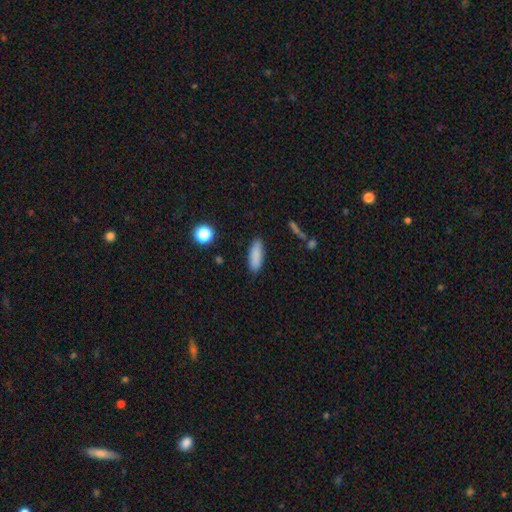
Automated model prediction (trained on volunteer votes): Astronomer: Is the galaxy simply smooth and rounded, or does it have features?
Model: smooth — 86%.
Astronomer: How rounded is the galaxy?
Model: in between — 61% (runner-up: cigar-shaped, 37%).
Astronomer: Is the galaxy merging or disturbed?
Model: none — 87%.